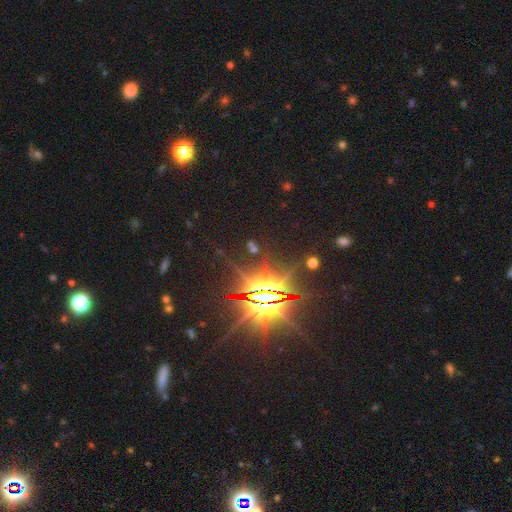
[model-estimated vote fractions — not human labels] smooth-or-featured: star or artifact: 83% | featured or disk: 11% | smooth: 6%